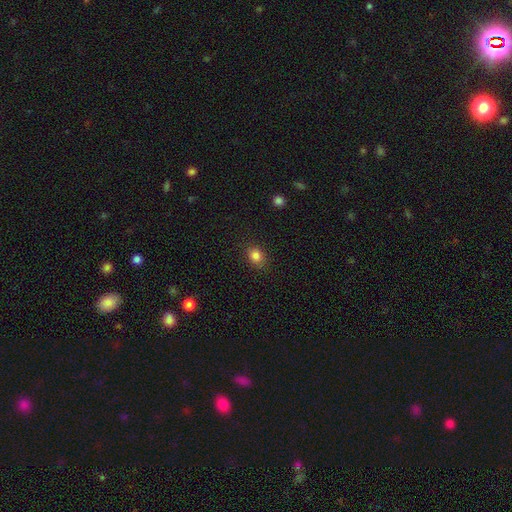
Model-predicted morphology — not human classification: The model was most divided on "how rounded": round: 54%, in between: 45%, cigar-shaped: 1%. More confident: merging — none (85%); smooth or featured — smooth (83%).